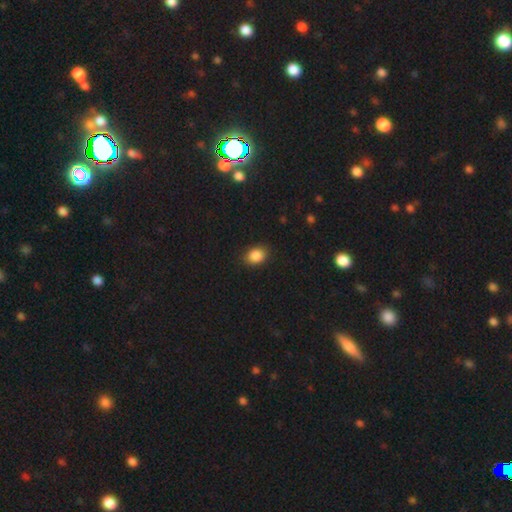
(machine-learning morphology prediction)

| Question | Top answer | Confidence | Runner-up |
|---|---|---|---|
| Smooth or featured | smooth | 87% | star or artifact (9%) |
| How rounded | in between | 62% | round (37%) |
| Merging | none | 85% | minor disturbance (12%) |